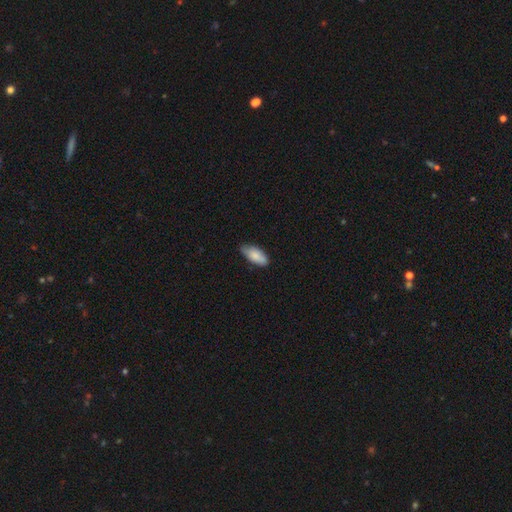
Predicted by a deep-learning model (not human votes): smooth 82%, featured or disk 12%, star or artifact 6%. Down the decision tree: how rounded — in between (85%); merging — none (71%).